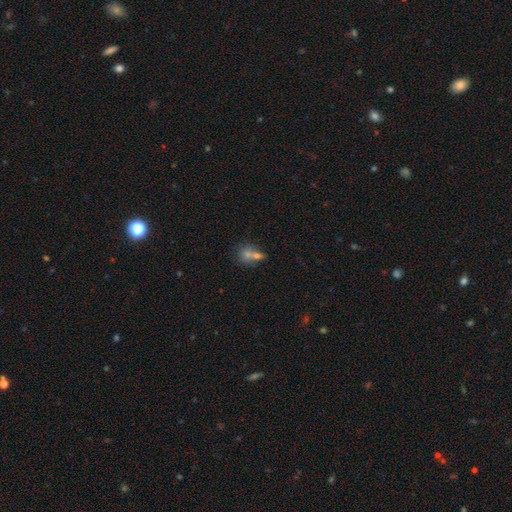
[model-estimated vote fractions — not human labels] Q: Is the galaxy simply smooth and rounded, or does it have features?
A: smooth — 63%.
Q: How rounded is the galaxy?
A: round — 49%.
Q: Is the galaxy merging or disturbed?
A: merger — 49%.